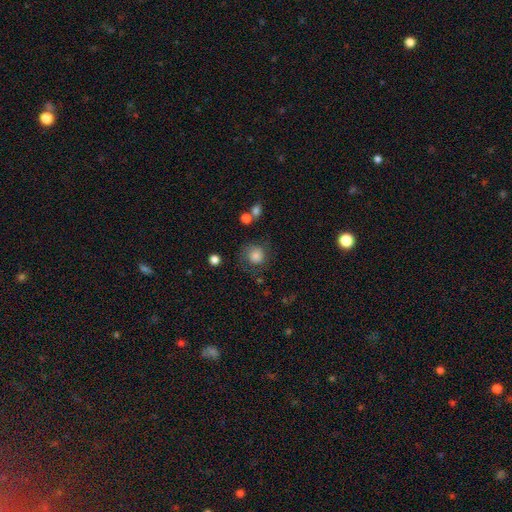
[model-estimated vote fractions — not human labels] A smooth galaxy with no disk features (75%) that is round (87%).

Vote fractions:
- Smooth or featured? smooth: 75% / featured or disk: 16% / star or artifact: 10%
- How rounded? round: 87% / in between: 12% / cigar-shaped: 1%
- Merging? none: 61% / minor disturbance: 21% / major disturbance: 15% / merger: 4%